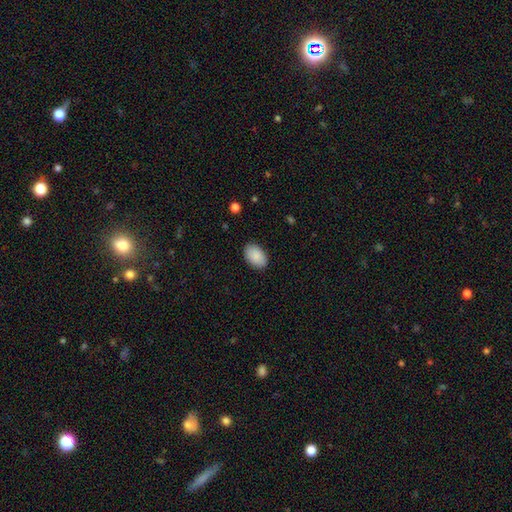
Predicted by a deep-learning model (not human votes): Overall: smooth (90%). How rounded: in between (91%). Merging: none (88%).